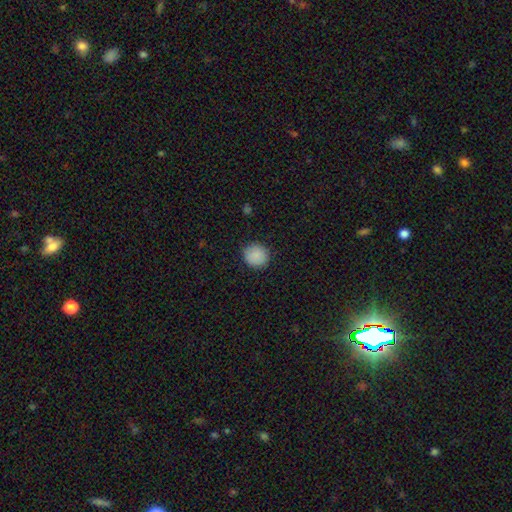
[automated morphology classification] A smooth galaxy with no disk features (88%) that is round (90%). Merging: none (88%).